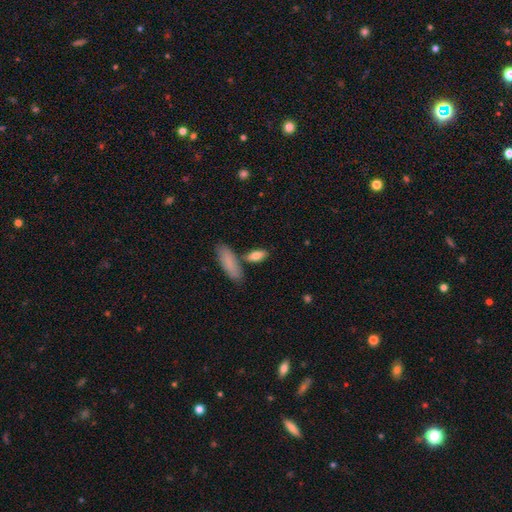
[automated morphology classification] Smooth or featured? smooth (82%)
How rounded? in between (76%)
Merging? none (68%)